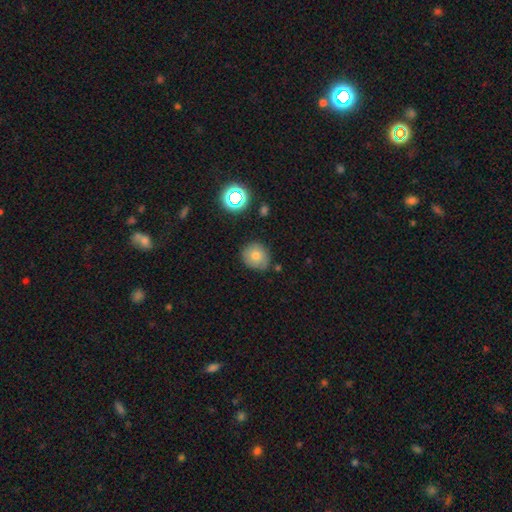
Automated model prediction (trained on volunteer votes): This appears to be a smooth galaxy with no disk features (73%) that is round (80%). Merging: none (76%).